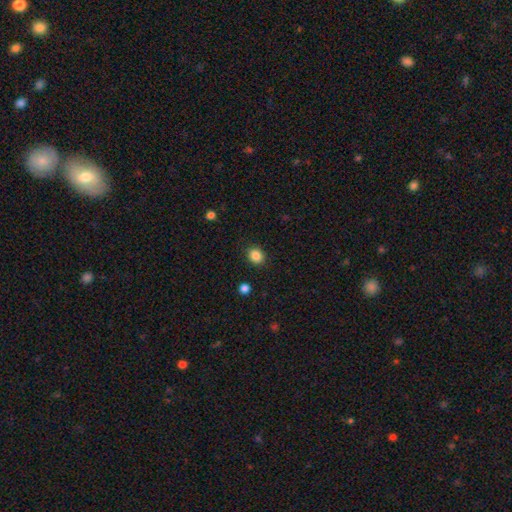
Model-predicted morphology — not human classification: smooth-or-featured: smooth: 85% | star or artifact: 10% | featured or disk: 4%
  how-rounded: round: 67% | in between: 32% | cigar-shaped: 1%
  merging: none: 90% | minor disturbance: 7% | major disturbance: 2% | merger: 1%